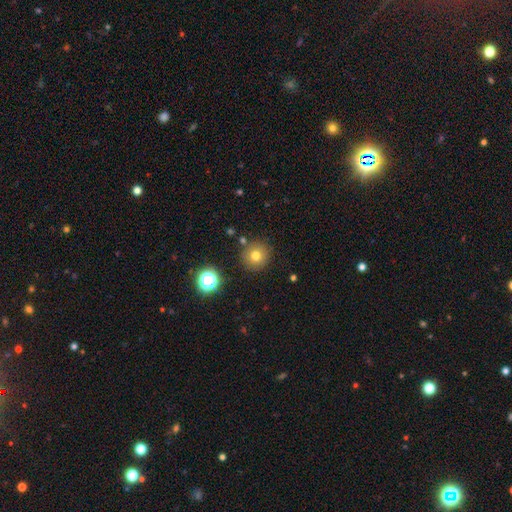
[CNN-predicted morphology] A smooth galaxy with no disk features (74%) that is round (94%).

Vote fractions:
- Smooth or featured? smooth: 74% / star or artifact: 16% / featured or disk: 10%
- How rounded? round: 94% / in between: 5% / cigar-shaped: 1%
- Merging? none: 86% / minor disturbance: 8% / merger: 4% / major disturbance: 3%